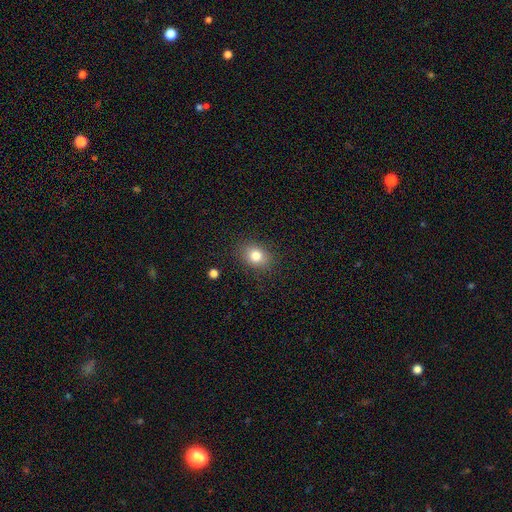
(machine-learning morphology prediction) smooth-or-featured: smooth: 81% | star or artifact: 11% | featured or disk: 8%
  how-rounded: in between: 55% | round: 44% | cigar-shaped: 1%
  merging: none: 84% | minor disturbance: 11% | major disturbance: 3% | merger: 1%